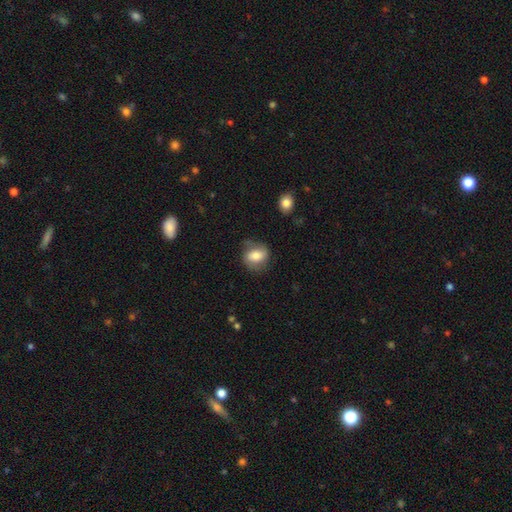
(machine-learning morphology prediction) A smooth galaxy with no disk features (67%) that is in between round and cigar-shaped (55%). Merging: none (64%).